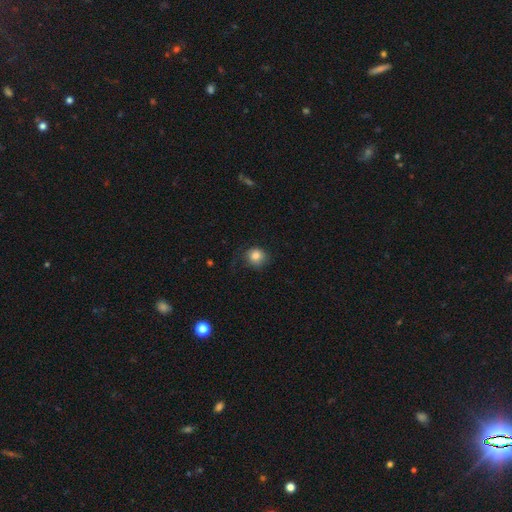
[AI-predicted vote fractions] A smooth galaxy with no disk features (84%) that is round (88%). Merging: none (73%).